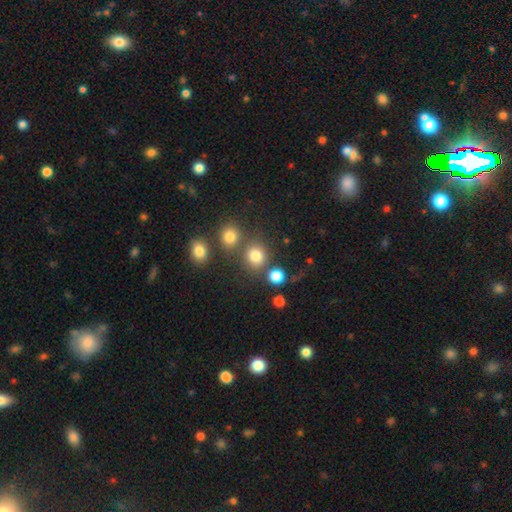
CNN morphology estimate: Overall: smooth (79%). How rounded: round (82%). Merging: none (69%).